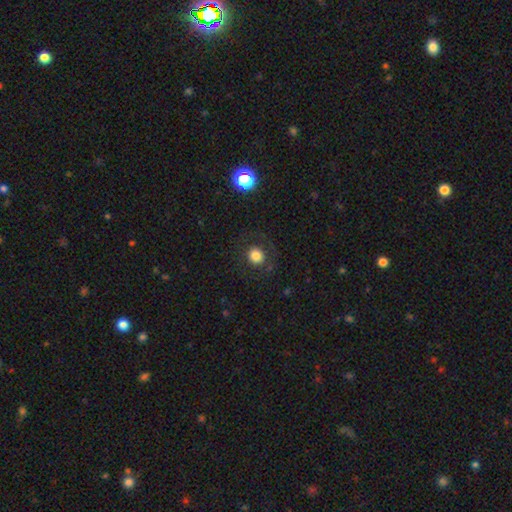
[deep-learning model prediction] Smooth or featured? Predicted: smooth (p=0.78). How rounded? Predicted: round (p=0.88). Merging? Predicted: none (p=0.82).